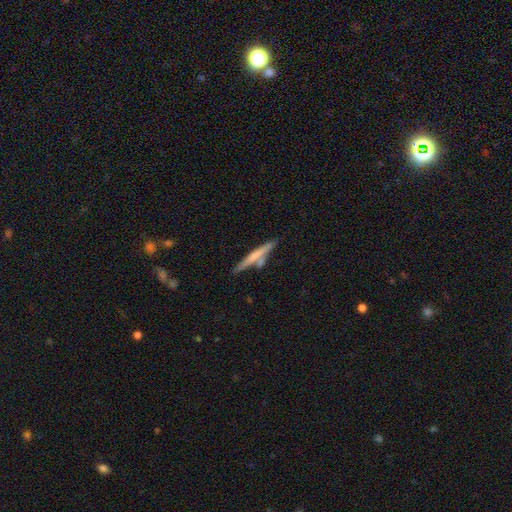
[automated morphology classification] Q: Smooth or featured?
A: smooth (51%); runner-up: featured or disk (43%)
Q: How rounded?
A: cigar-shaped (94%); runner-up: in between (5%)
Q: Merging?
A: none (67%); runner-up: merger (18%)